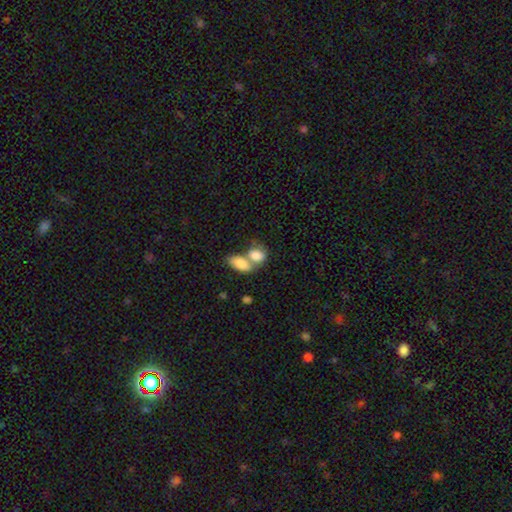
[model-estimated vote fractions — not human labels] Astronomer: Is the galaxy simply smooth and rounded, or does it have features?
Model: smooth — 82%.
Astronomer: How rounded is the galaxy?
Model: in between — 84%.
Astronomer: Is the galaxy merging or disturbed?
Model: merger — 66%.